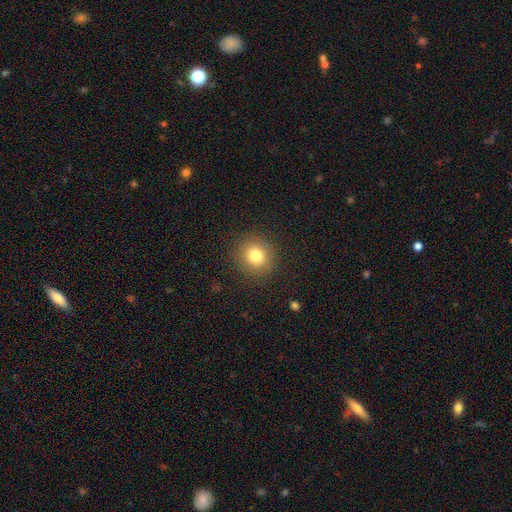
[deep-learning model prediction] Smooth or featured: smooth — 80% (star or artifact — 12%)
How rounded: round — 89% (in between — 10%)
Merging: none — 89% (minor disturbance — 7%)